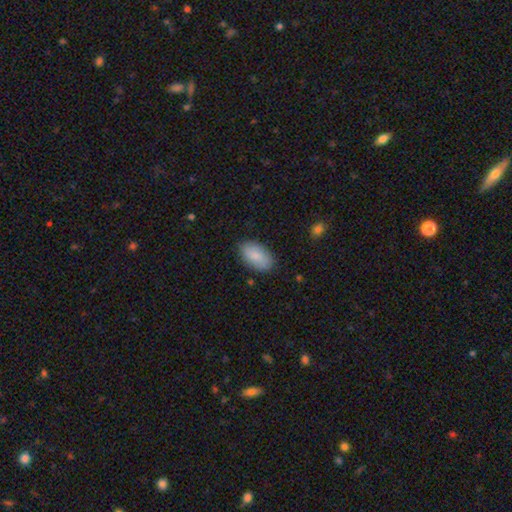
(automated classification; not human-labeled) This appears to be a smooth galaxy with no disk features (86%) that is in between round and cigar-shaped (94%). Merging: none (85%).